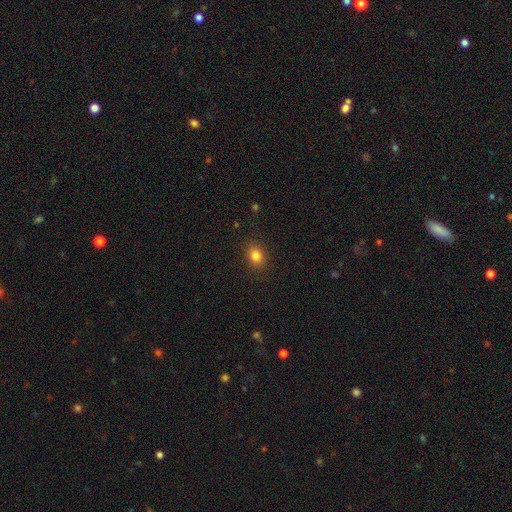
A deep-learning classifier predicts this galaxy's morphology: A smooth galaxy with no disk features (83%) that is in between round and cigar-shaped (52%). Merging: none (88%).